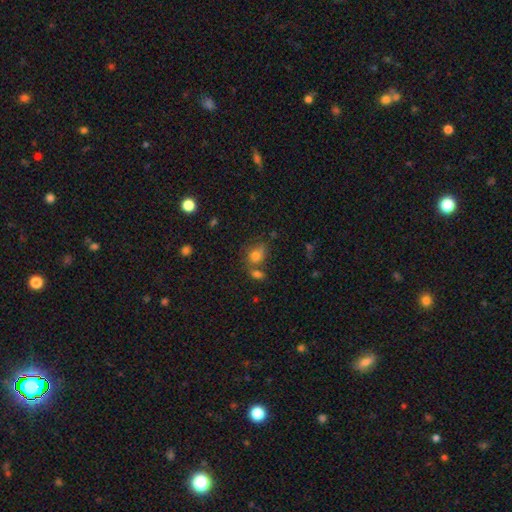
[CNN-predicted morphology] Overall: smooth (76%). How rounded: in between (55%; round 44%). Merging: none (46%; merger 28%).